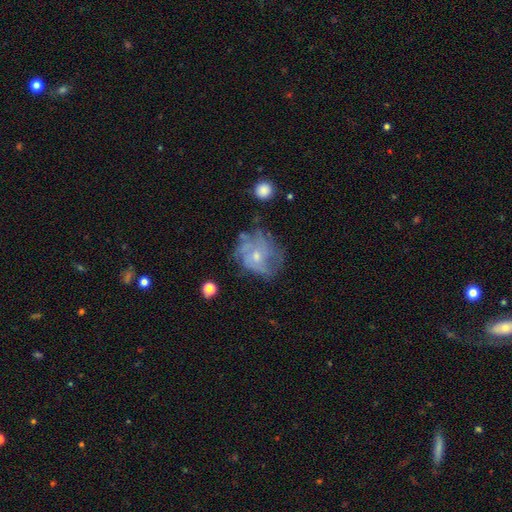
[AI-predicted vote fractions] Smooth or featured? featured or disk (69%)
Edge-on disk? no (97%)
Bar? no (81%)
Spiral arms? yes (75%)
Spiral winding? tight (44%)
Spiral arm count? can't tell (45%)
Bulge size? small (54%)
Merging? none (54%)